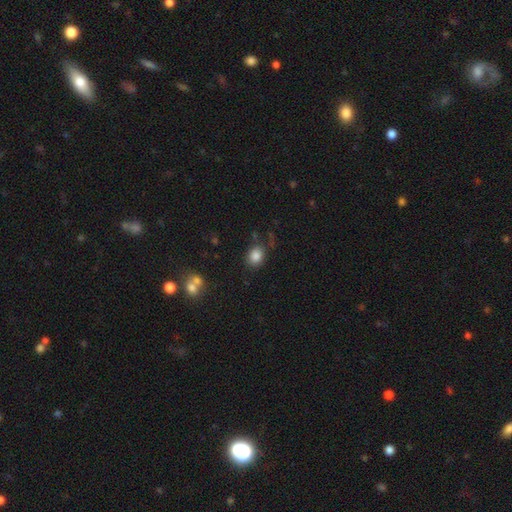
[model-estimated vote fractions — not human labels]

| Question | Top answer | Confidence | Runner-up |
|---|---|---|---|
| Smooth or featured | smooth | 84% | star or artifact (10%) |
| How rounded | round | 50% | in between (49%) |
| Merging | none | 78% | minor disturbance (13%) |